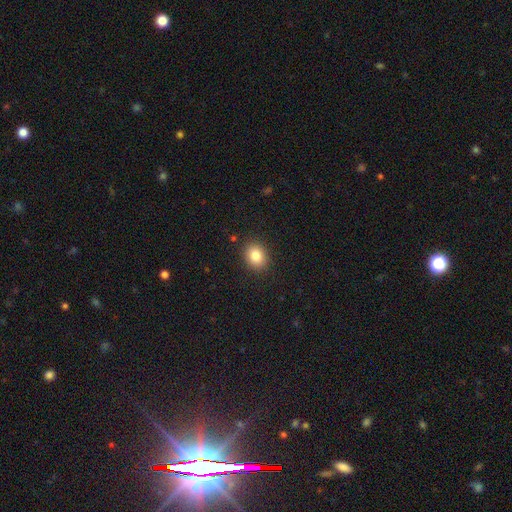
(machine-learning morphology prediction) Q: Smooth or featured?
A: smooth (83%); runner-up: star or artifact (10%)
Q: How rounded?
A: round (57%); runner-up: in between (42%)
Q: Merging?
A: none (89%); runner-up: minor disturbance (7%)